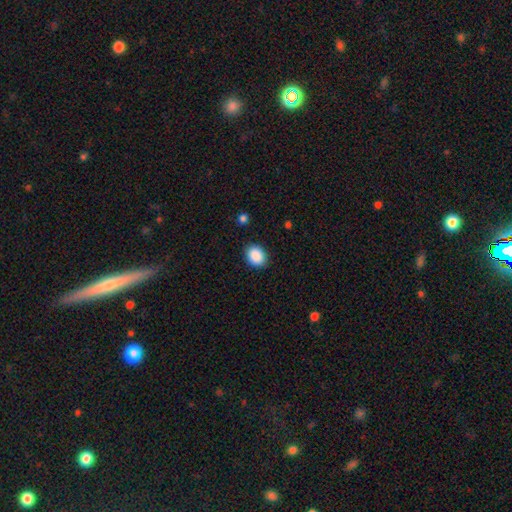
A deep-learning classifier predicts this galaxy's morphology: This is clearly a smooth galaxy (89%). How rounded: possibly in between (52%). Merging: clearly none (88%).